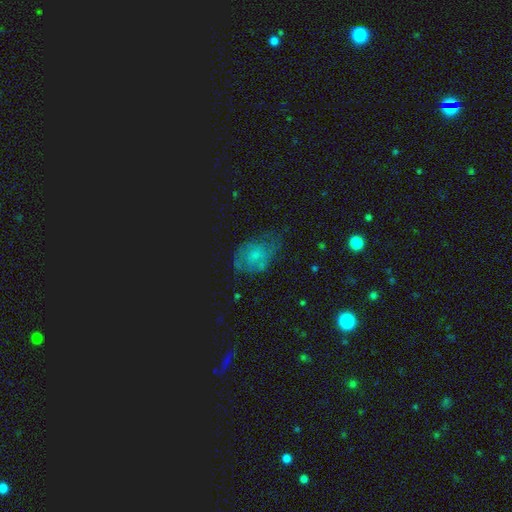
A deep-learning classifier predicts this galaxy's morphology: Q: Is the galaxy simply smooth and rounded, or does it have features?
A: smooth — 46%.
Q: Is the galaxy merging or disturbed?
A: none — 43%.